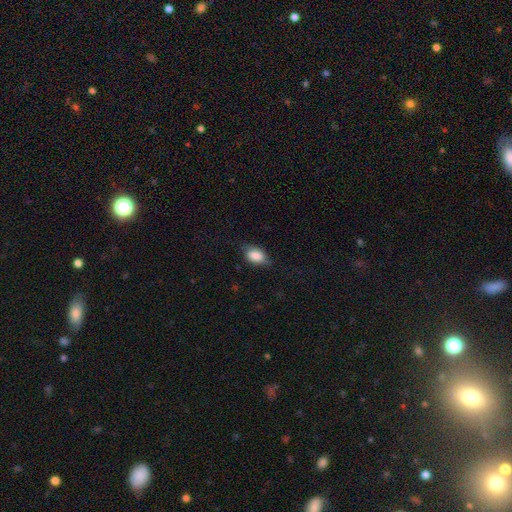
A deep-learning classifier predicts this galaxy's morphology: Smooth or featured: smooth — 82% (featured or disk — 11%)
How rounded: in between — 87% (round — 10%)
Merging: none — 66% (minor disturbance — 26%)